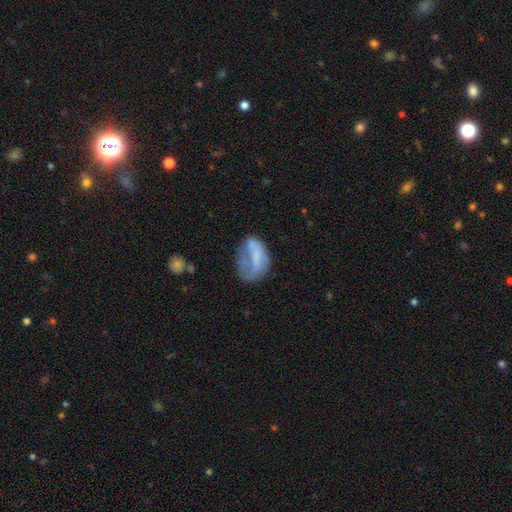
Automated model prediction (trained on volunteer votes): A smooth galaxy with no disk features (53%) that is in between round and cigar-shaped (82%). Merging: none (34%).